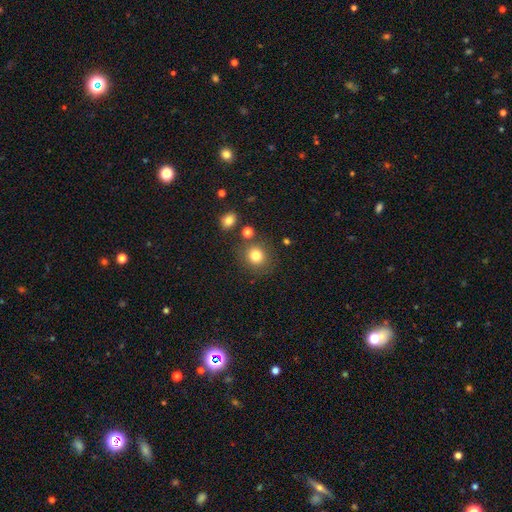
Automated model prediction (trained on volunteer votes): This is clearly a smooth galaxy (80%). How rounded: clearly round (86%). Merging: clearly none (80%).